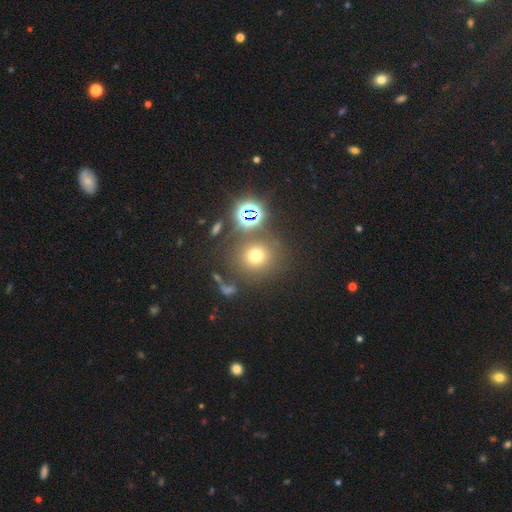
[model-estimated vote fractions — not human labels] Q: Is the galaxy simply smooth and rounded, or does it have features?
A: smooth — 65%.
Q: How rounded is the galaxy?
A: round — 90%.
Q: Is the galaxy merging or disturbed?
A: none — 77%.